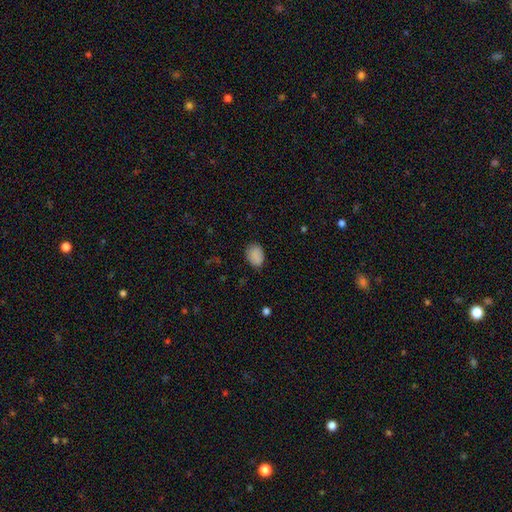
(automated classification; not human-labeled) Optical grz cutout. It shows a smooth galaxy with no disk features (88%) that is in between round and cigar-shaped (71%). Merging: none (79%).